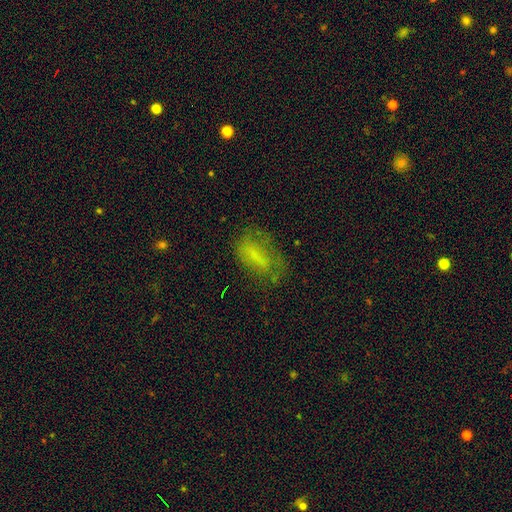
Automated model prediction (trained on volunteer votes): This appears to be a smooth galaxy with no disk features (59%) that is in between round and cigar-shaped (75%). Merging: none (50%).